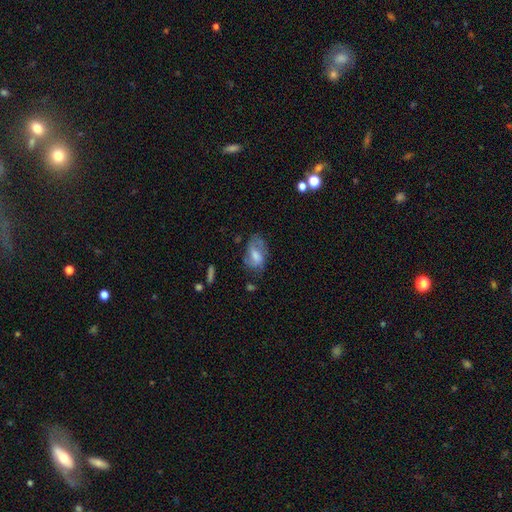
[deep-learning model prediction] Morphology: type=smooth (46%, tied with featured or disk); merging=none (49%).